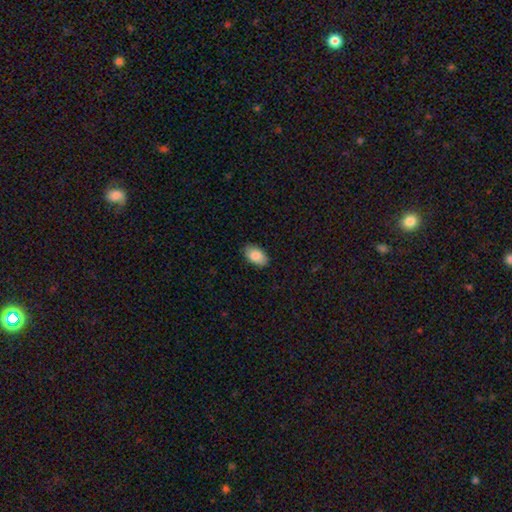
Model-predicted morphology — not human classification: smooth 87%, featured or disk 7%, star or artifact 6%. Down the decision tree: how rounded — in between (94%); merging — none (86%).